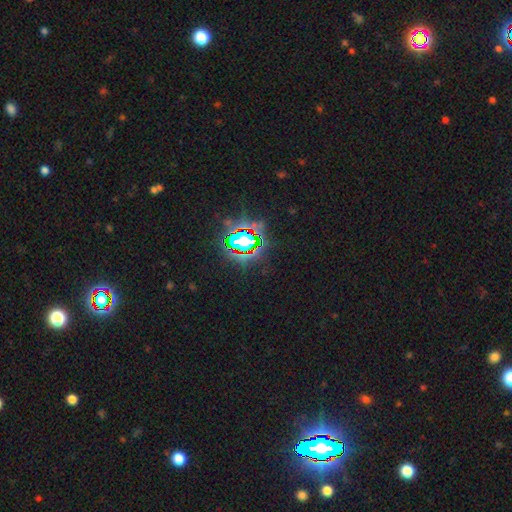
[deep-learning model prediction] This appears to be a star or artifact, not a galaxy (84%).